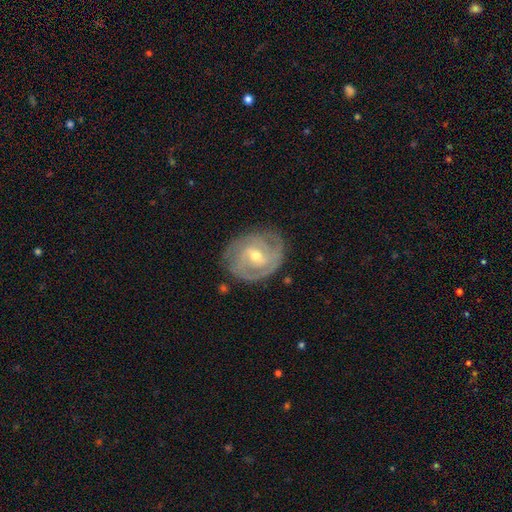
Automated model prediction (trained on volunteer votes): A featured or disk galaxy (86%) with a weak bar (46%), 2 (33%) tight (67%) spiral arms (95%) and a moderate central bulge (58%). Merging: none (77%).